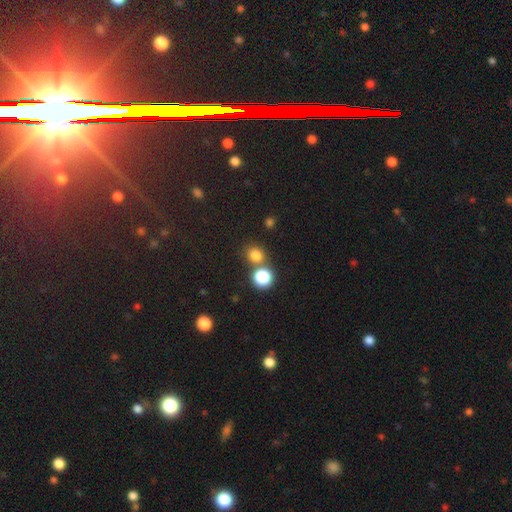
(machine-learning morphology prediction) A smooth galaxy with no disk features (75%) that is round (82%).

Vote fractions:
- Smooth or featured? smooth: 75% / star or artifact: 19% / featured or disk: 6%
- How rounded? round: 82% / in between: 17% / cigar-shaped: 1%
- Merging? none: 69% / merger: 20% / minor disturbance: 8% / major disturbance: 3%